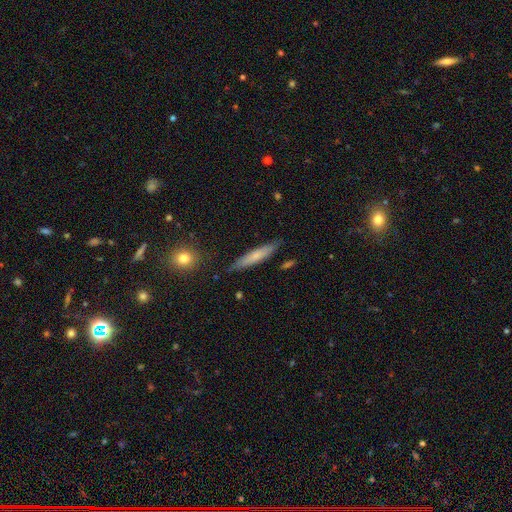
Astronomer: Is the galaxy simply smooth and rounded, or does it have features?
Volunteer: smooth — 58% (runner-up: featured or disk, 37%).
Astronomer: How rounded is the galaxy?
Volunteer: cigar-shaped — 91%.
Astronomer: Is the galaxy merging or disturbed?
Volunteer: none — 86%.